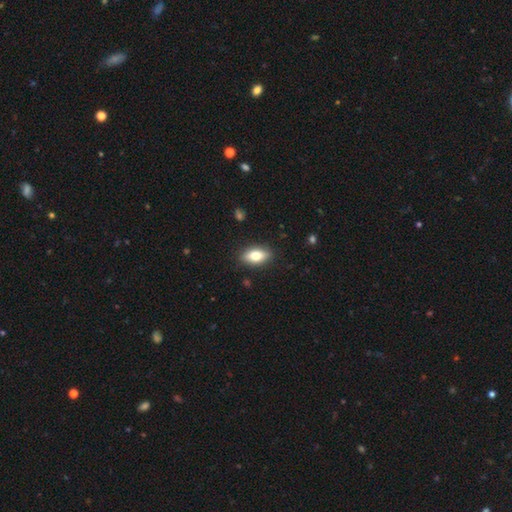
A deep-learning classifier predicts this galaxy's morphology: Q: Smooth or featured?
A: smooth (69%); runner-up: featured or disk (23%)
Q: How rounded?
A: in between (84%); runner-up: cigar-shaped (10%)
Q: Merging?
A: none (87%); runner-up: minor disturbance (9%)